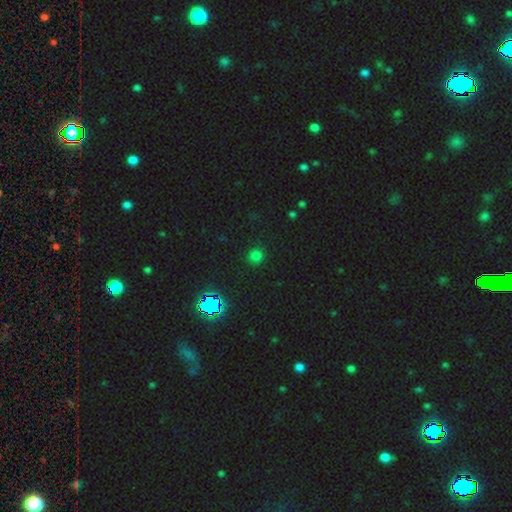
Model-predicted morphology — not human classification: Smooth or featured: smooth — 71% (star or artifact — 24%)
How rounded: round — 93% (in between — 6%)
Merging: none — 90% (minor disturbance — 6%)